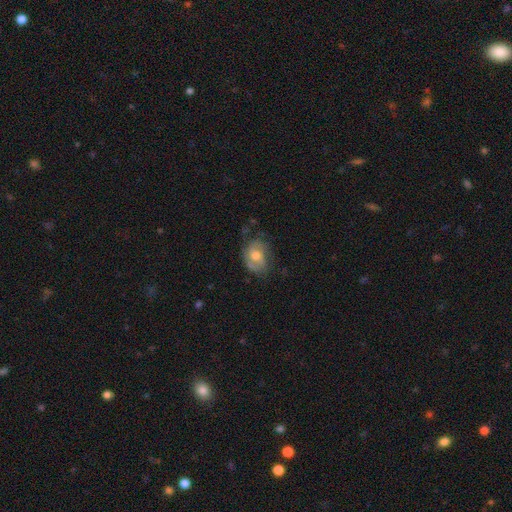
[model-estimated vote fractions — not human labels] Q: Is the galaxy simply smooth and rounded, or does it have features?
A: featured or disk — 58%.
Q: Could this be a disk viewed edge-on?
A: no — 96%.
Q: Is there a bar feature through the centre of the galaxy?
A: no — 64%.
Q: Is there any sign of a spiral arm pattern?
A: yes — 78%.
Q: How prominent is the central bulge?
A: moderate — 64%.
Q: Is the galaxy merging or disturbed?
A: none — 58%.